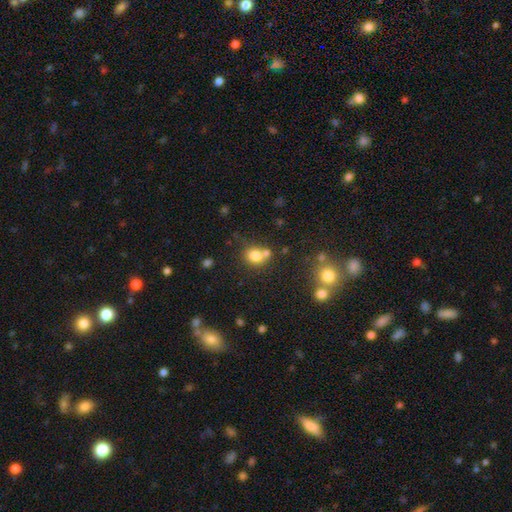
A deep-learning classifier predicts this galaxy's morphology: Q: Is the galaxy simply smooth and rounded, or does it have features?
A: smooth — 79%.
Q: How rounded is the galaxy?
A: round — 71%.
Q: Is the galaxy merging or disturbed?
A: none — 54%.